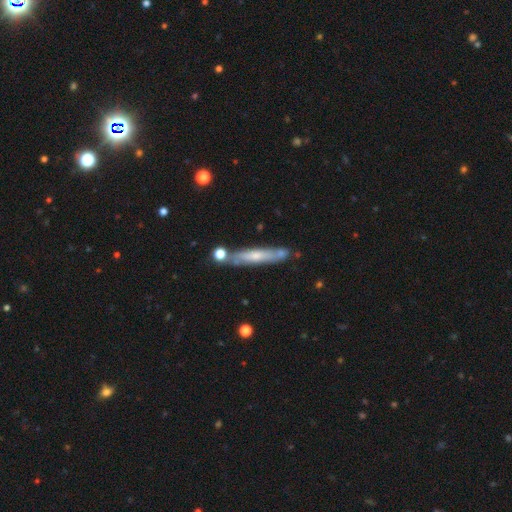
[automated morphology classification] Smooth or featured? featured or disk (47%, tied with smooth)
Merging? none (72%)